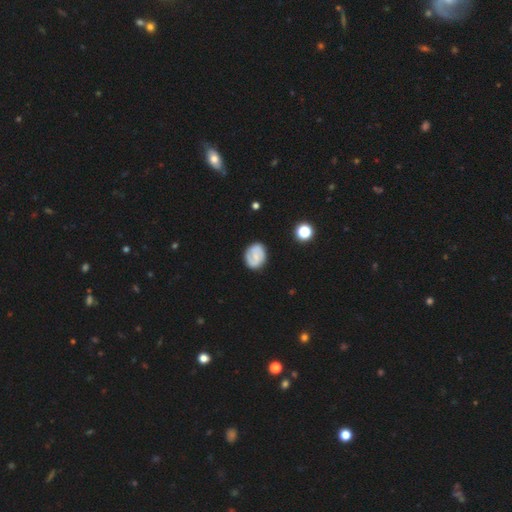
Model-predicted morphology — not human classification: Smooth or featured?
  - featured or disk: 51% *
  - smooth: 41%
  - star or artifact: 8%
Edge-on disk?
  - no: 97% *
  - yes: 3%
Merging?
  - none: 81% *
  - minor disturbance: 13%
  - major disturbance: 4%
  - merger: 2%